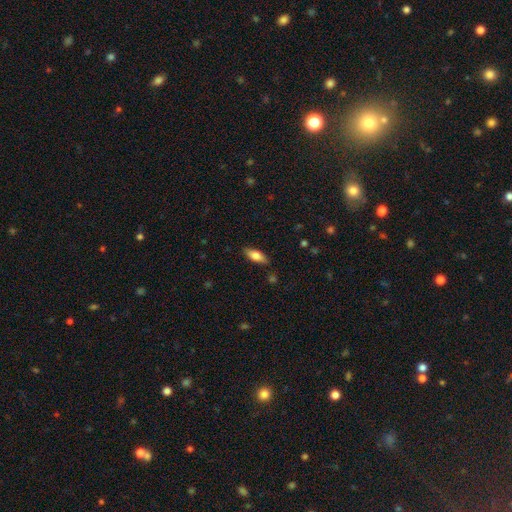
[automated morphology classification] Q: Smooth or featured?
A: smooth (79%); runner-up: featured or disk (15%)
Q: How rounded?
A: in between (78%); runner-up: cigar-shaped (20%)
Q: Merging?
A: none (85%); runner-up: minor disturbance (11%)